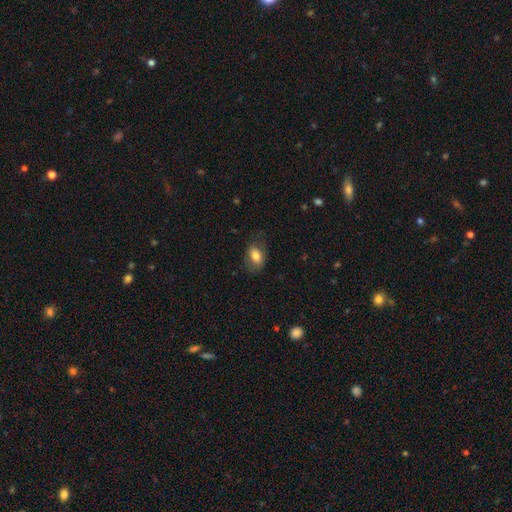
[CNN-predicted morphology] A smooth galaxy with no disk features (79%) that is in between round and cigar-shaped (81%). Merging: none (70%).